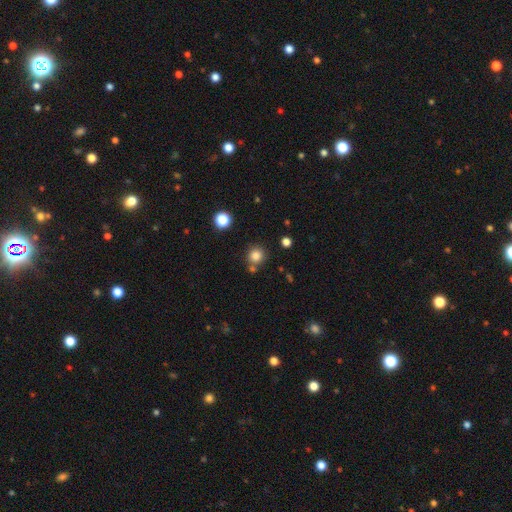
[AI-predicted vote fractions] Overall: smooth (82%). How rounded: round (92%). Merging: none (75%).